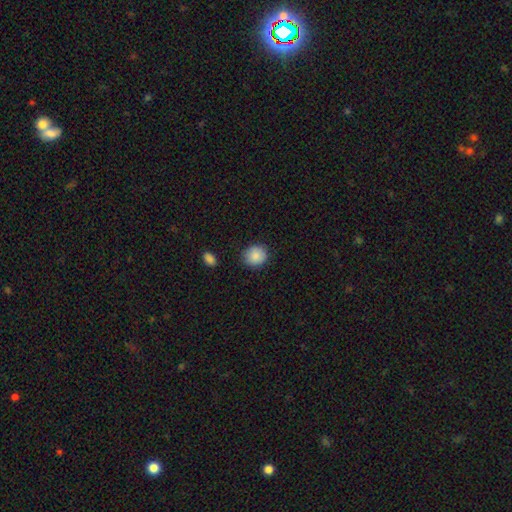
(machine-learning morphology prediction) The model was most divided on "how rounded": round: 79%, in between: 21%, cigar-shaped: 1%. More confident: smooth or featured — smooth (88%); merging — none (86%).